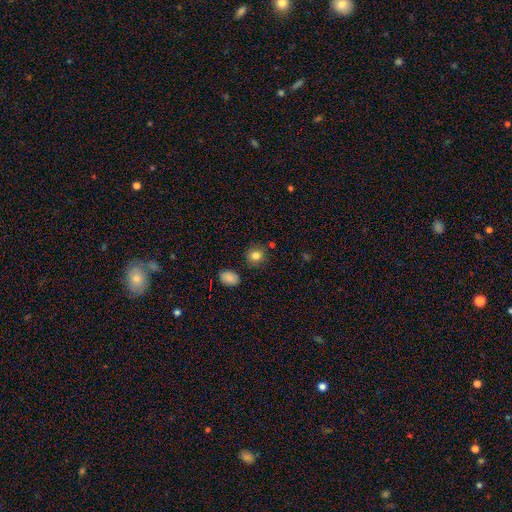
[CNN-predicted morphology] The model was most divided on "how rounded": round: 83%, in between: 16%, cigar-shaped: 1%. More confident: merging — none (84%); smooth or featured — smooth (83%).